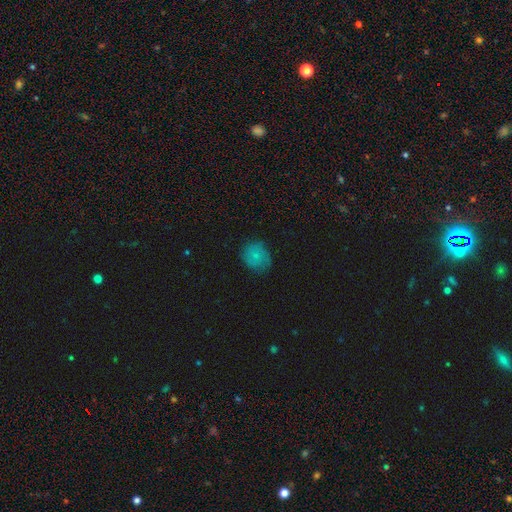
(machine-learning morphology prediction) This is likely a smooth galaxy (66%). How rounded: likely round (69%). Merging: likely none (69%).